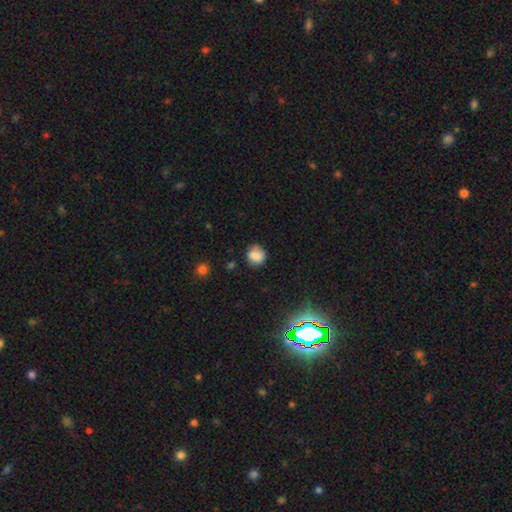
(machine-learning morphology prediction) This appears to be a smooth galaxy with no disk features (82%) that is round (83%). Merging: none (77%).